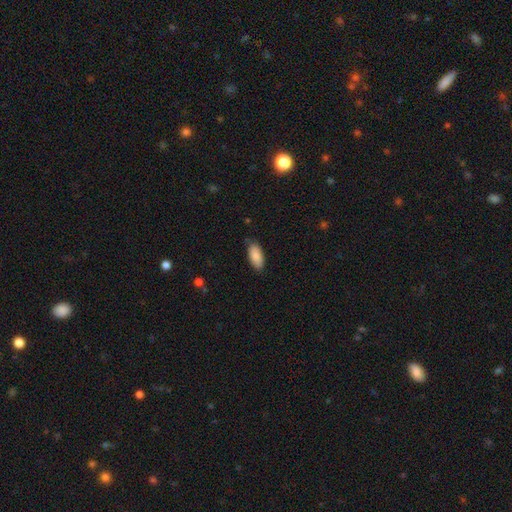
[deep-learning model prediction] smooth-or-featured: smooth: 87% | featured or disk: 7% | star or artifact: 6%
  how-rounded: in between: 89% | cigar-shaped: 9% | round: 2%
  merging: none: 80% | minor disturbance: 16% | major disturbance: 2% | merger: 1%